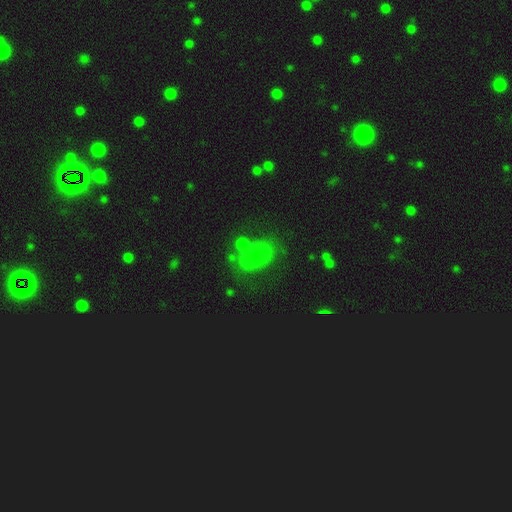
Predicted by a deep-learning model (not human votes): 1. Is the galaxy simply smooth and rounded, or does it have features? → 52% smooth, 27% featured or disk, 21% star or artifact.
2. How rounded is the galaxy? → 66% in between, 33% round, 2% cigar-shaped.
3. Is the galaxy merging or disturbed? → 55% none, 20% minor disturbance, 15% merger, 10% major disturbance.